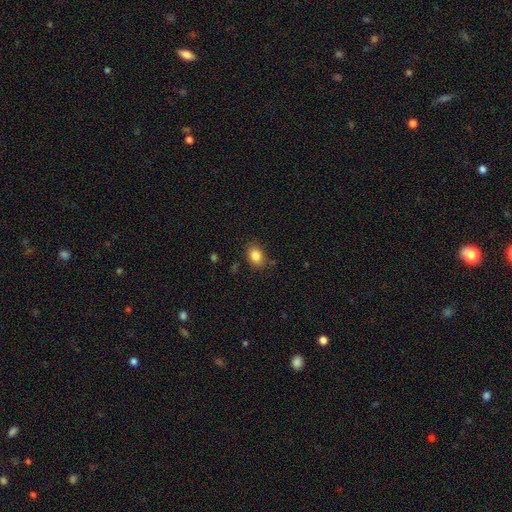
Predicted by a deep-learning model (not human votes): The model was most divided on "how rounded": in between: 64%, round: 35%, cigar-shaped: 1%. More confident: smooth or featured — smooth (85%); merging — none (80%).